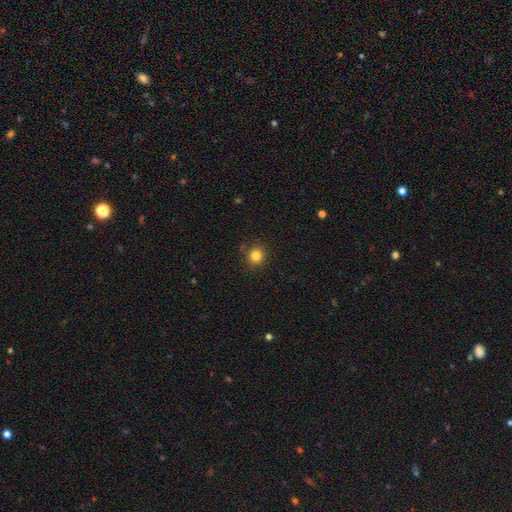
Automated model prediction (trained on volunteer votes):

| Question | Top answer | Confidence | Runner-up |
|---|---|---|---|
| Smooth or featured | smooth | 82% | star or artifact (12%) |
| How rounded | round | 91% | in between (8%) |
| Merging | none | 86% | minor disturbance (9%) |